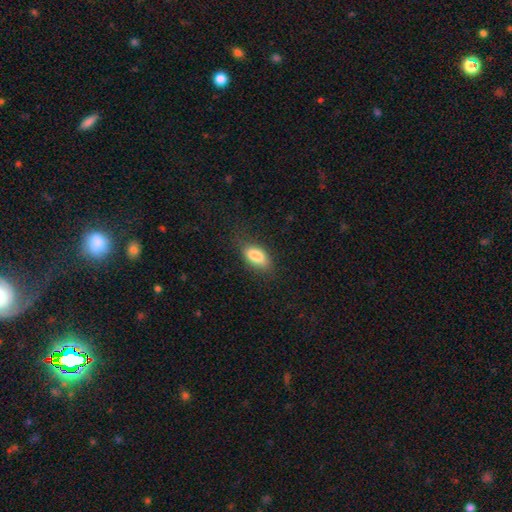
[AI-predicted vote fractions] Overall: smooth (82%). How rounded: in between (88%). Merging: none (65%).